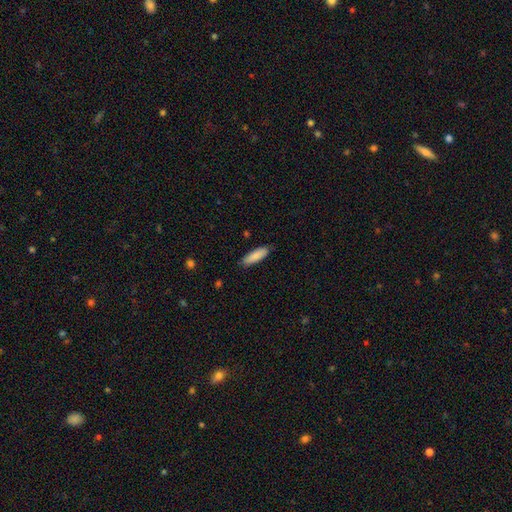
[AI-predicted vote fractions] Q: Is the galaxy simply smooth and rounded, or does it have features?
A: smooth — 87%.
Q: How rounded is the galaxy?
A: cigar-shaped — 51%.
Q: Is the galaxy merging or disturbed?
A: none — 86%.